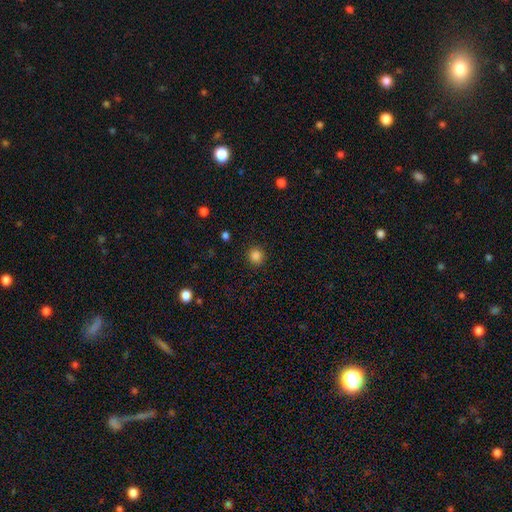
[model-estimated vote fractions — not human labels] Overall: smooth (85%). How rounded: round (92%). Merging: none (91%).